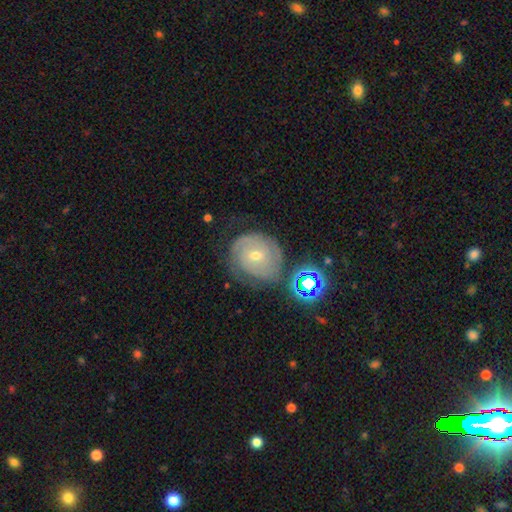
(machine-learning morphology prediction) This is likely a featured or disk galaxy (74%). It is clearly not viewed edge-on (97%). Bar: likely no (68%). Spiral arm pattern: clearly yes (91%). Spiral arm count: marginally can't tell (35%). Spiral winding: likely tight (73%). Central bulge: possibly small (54%). Merging: likely none (67%).